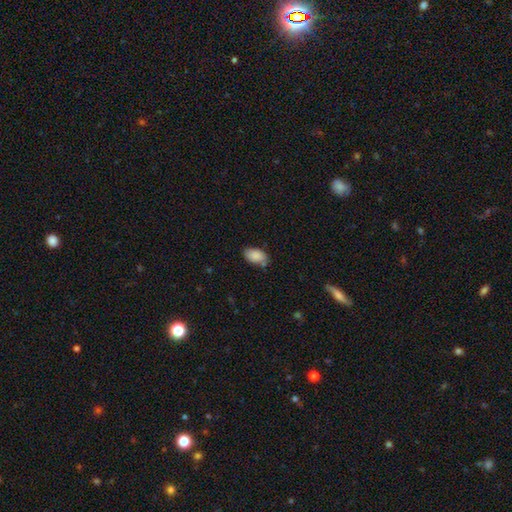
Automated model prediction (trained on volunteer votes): Q: Smooth or featured?
A: smooth (87%); runner-up: star or artifact (7%)
Q: How rounded?
A: in between (93%); runner-up: round (6%)
Q: Merging?
A: none (73%); runner-up: minor disturbance (19%)